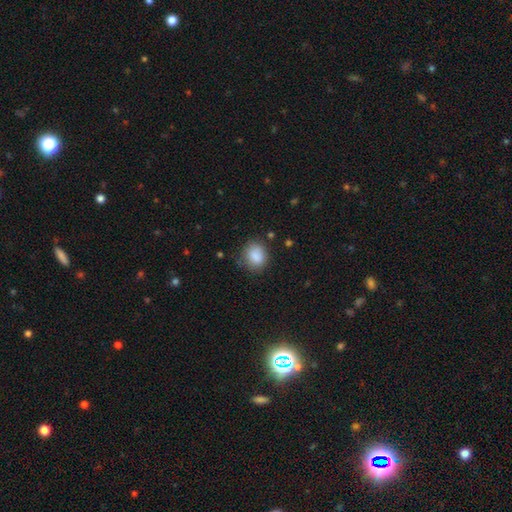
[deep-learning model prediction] This appears to be a smooth galaxy with no disk features (86%) that is round (64%). Merging: none (74%).